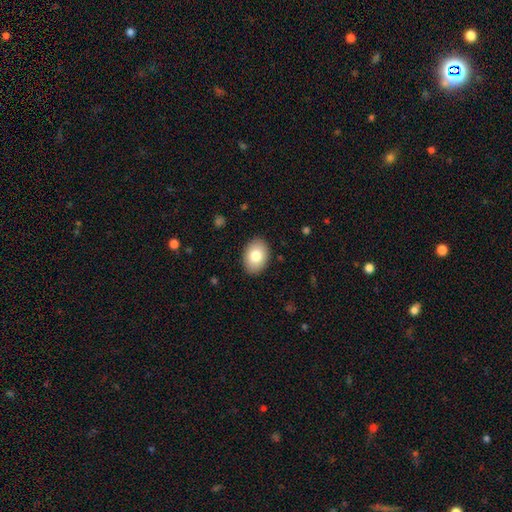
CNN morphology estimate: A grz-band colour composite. It shows a smooth galaxy with no disk features (81%) that is in between round and cigar-shaped (83%). Merging: none (89%).